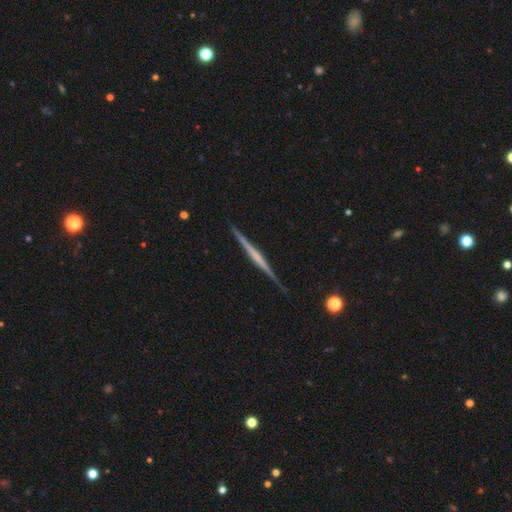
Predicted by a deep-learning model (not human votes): This appears to be a featured or disk galaxy (72%) viewed edge-on (98%) with no central bulge (68%). Merging: none (89%).